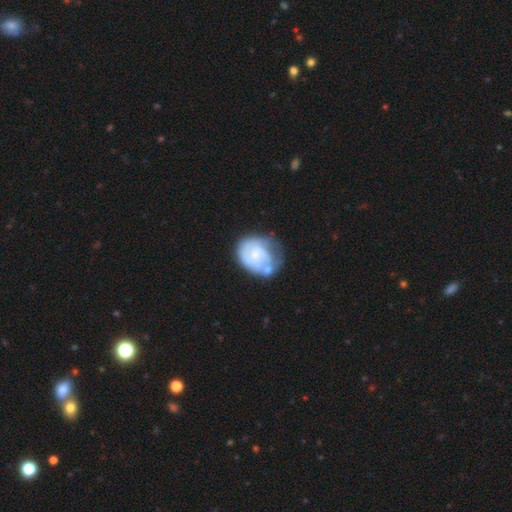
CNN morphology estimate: The model was most divided on "merging": none: 38%, minor disturbance: 30%, major disturbance: 20%, merger: 13%. More confident: edge-on disk — no (98%); spiral arms — yes (70%); bar — no (67%); smooth or featured — featured or disk (61%); bulge size — small (53%).